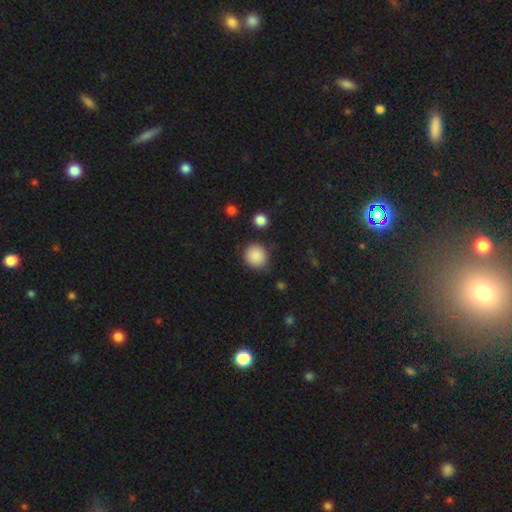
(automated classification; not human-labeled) smooth_or_featured: smooth (p=0.88) [alt: star or artifact p=0.09]
how_rounded: round (p=0.83) [alt: in between p=0.16]
merging: none (p=0.81) [alt: minor disturbance p=0.13]